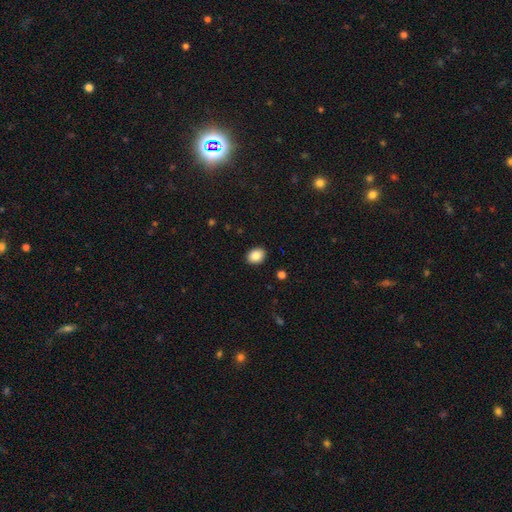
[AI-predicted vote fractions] Smooth or featured?
  - smooth: 87% *
  - star or artifact: 8%
  - featured or disk: 5%
How rounded?
  - in between: 59% *
  - round: 40%
  - cigar-shaped: 1%
Merging?
  - none: 90% *
  - minor disturbance: 7%
  - major disturbance: 2%
  - merger: 1%